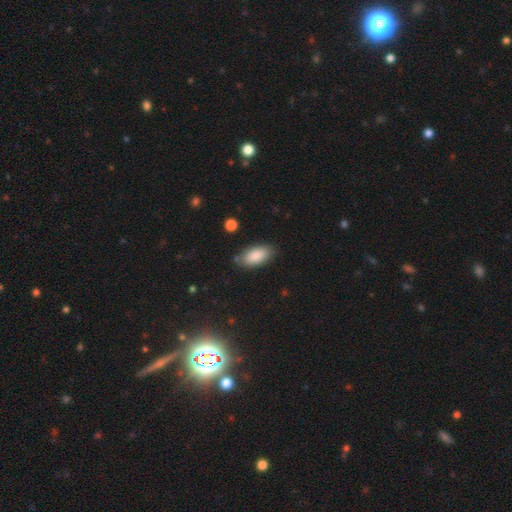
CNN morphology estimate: A smooth galaxy with no disk features (87%) that is in between round and cigar-shaped (92%). Merging: none (79%).